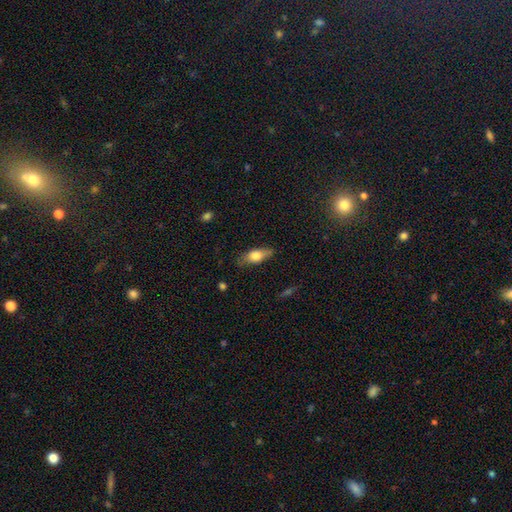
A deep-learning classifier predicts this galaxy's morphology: smooth-or-featured: smooth: 72% | featured or disk: 21% | star or artifact: 7%
  how-rounded: in between: 75% | cigar-shaped: 21% | round: 4%
  merging: none: 73% | minor disturbance: 21% | major disturbance: 5% | merger: 2%